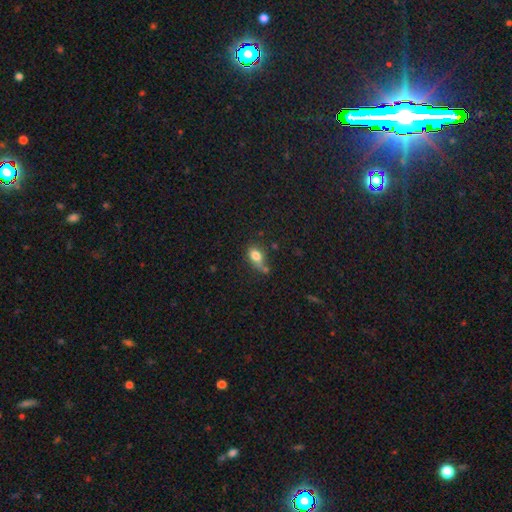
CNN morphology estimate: Smooth or featured? smooth (78%)
How rounded? in between (77%)
Merging? none (40%)